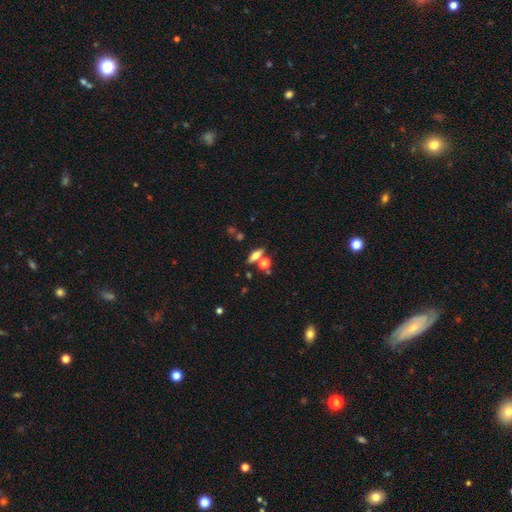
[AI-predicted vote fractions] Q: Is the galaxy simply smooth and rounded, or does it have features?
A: smooth — 56%.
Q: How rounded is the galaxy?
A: in between — 55%.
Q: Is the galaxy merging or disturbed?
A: none — 67%.